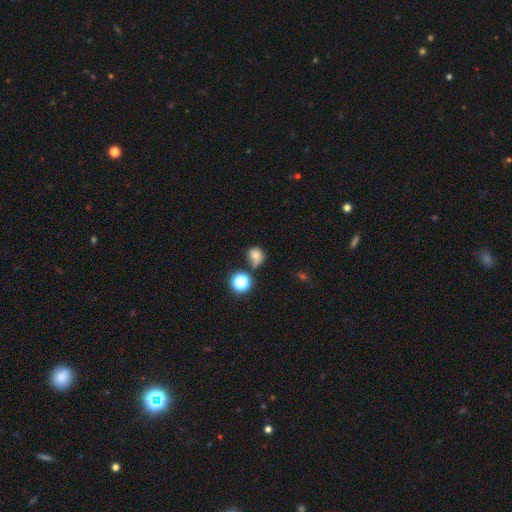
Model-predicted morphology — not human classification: Smooth or featured?
  - smooth: 74% *
  - star or artifact: 16%
  - featured or disk: 10%
How rounded?
  - round: 72% *
  - in between: 27%
  - cigar-shaped: 1%
Merging?
  - none: 47% *
  - minor disturbance: 26%
  - merger: 16%
  - major disturbance: 12%